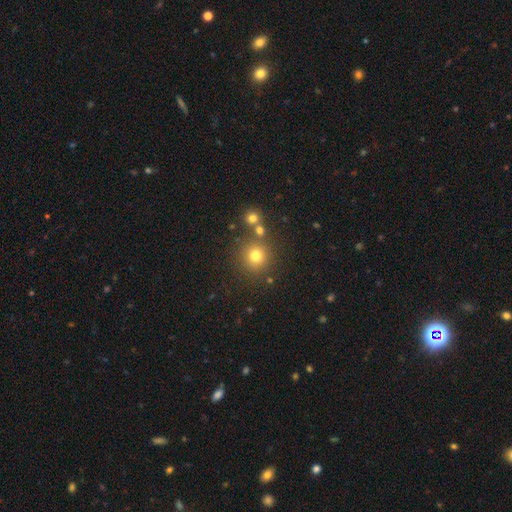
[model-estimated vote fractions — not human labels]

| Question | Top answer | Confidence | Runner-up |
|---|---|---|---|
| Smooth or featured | smooth | 76% | star or artifact (17%) |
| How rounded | round | 93% | in between (6%) |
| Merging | none | 79% | merger (10%) |